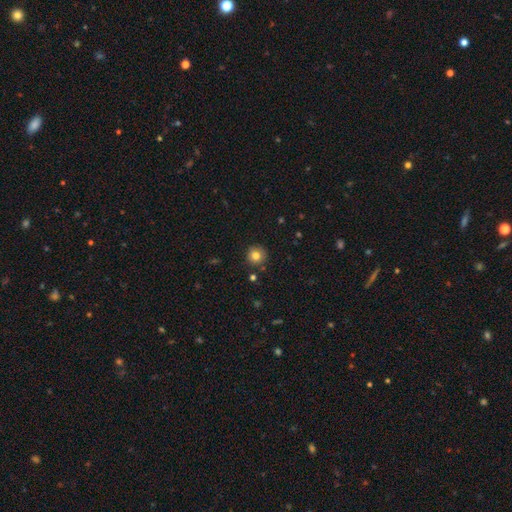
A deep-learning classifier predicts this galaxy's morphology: This appears to be a smooth galaxy with no disk features (82%) that is round (94%). Merging: none (88%).